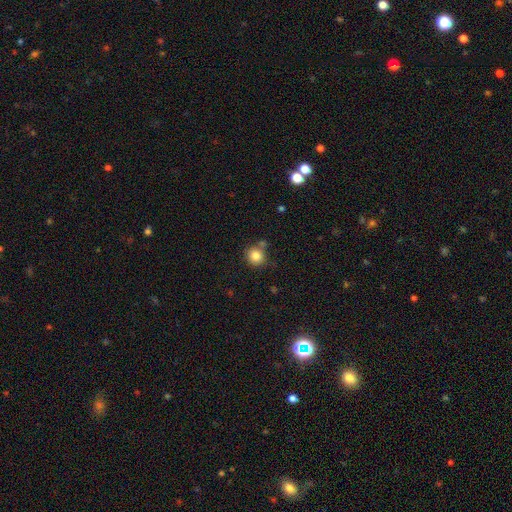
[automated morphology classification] Smooth or featured? smooth (83%)
How rounded? round (89%)
Merging? none (72%)